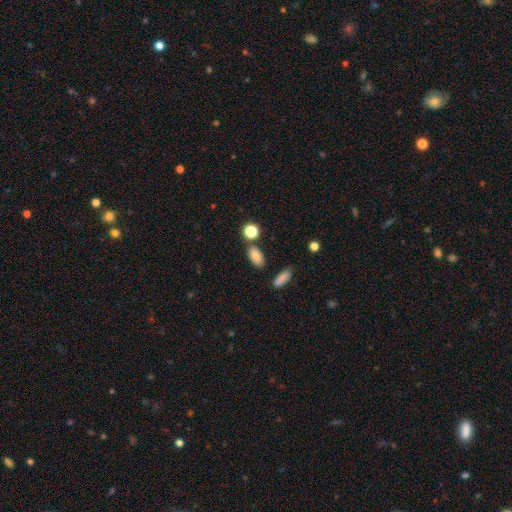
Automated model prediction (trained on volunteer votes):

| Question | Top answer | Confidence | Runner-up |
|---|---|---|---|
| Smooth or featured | smooth | 81% | star or artifact (11%) |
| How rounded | in between | 87% | round (9%) |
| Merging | none | 76% | minor disturbance (12%) |